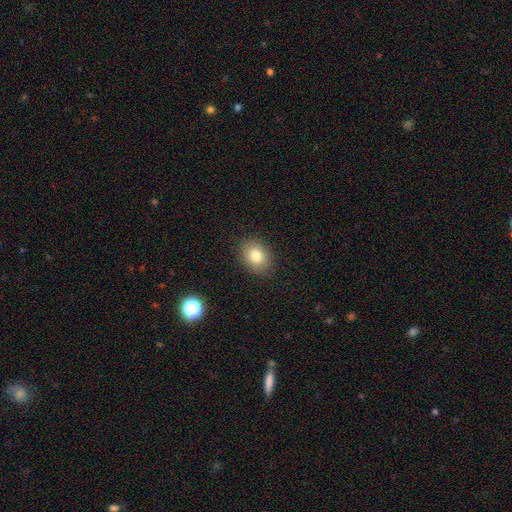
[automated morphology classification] A smooth galaxy with no disk features (82%) that is in between round and cigar-shaped (56%). Merging: none (87%).